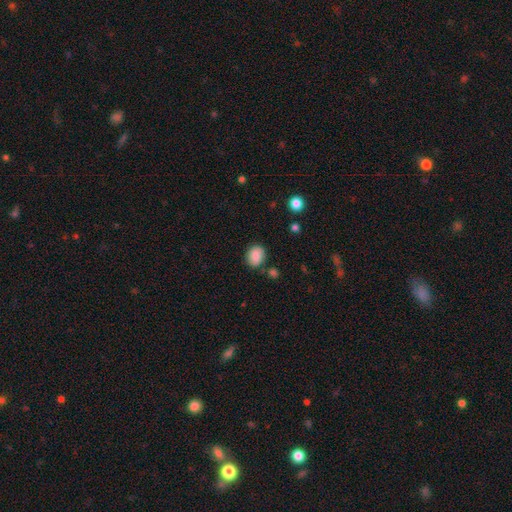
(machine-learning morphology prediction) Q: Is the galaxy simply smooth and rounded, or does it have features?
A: smooth — 85%.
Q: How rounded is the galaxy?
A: round — 57%.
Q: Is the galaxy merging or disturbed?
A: none — 79%.